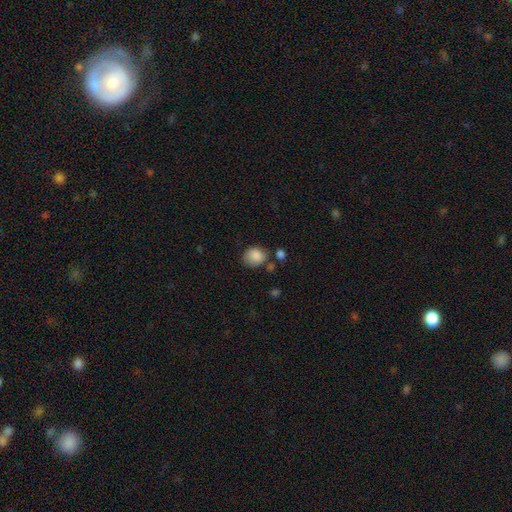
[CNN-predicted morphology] smooth-or-featured: smooth: 86% | star or artifact: 8% | featured or disk: 6%
  how-rounded: round: 59% | in between: 40% | cigar-shaped: 1%
  merging: none: 61% | minor disturbance: 24% | merger: 8% | major disturbance: 7%